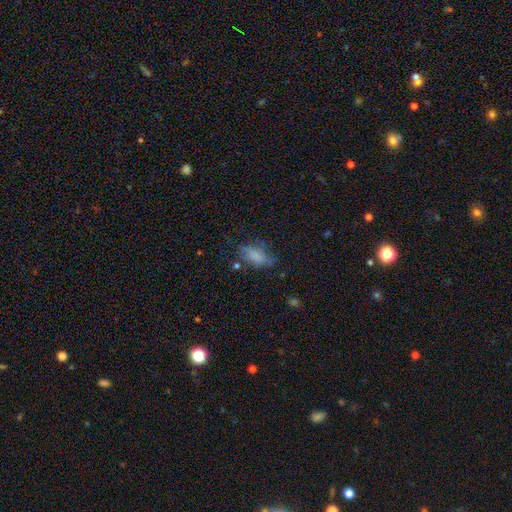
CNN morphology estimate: A smooth galaxy with no disk features (74%) that is in between round and cigar-shaped (88%). Merging: none (52%).